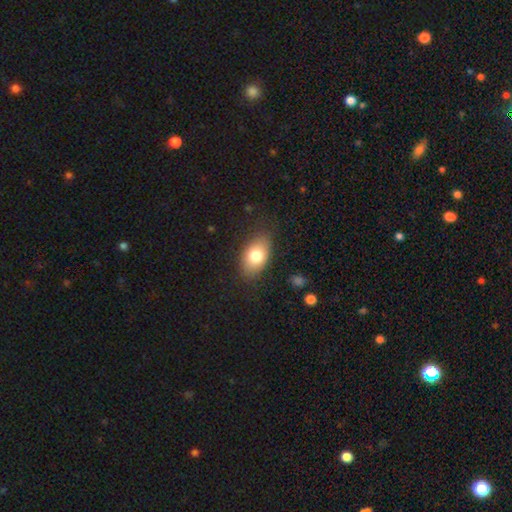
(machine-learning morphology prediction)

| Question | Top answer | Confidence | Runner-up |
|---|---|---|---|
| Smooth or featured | smooth | 80% | featured or disk (13%) |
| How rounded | in between | 90% | round (8%) |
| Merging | none | 78% | minor disturbance (16%) |